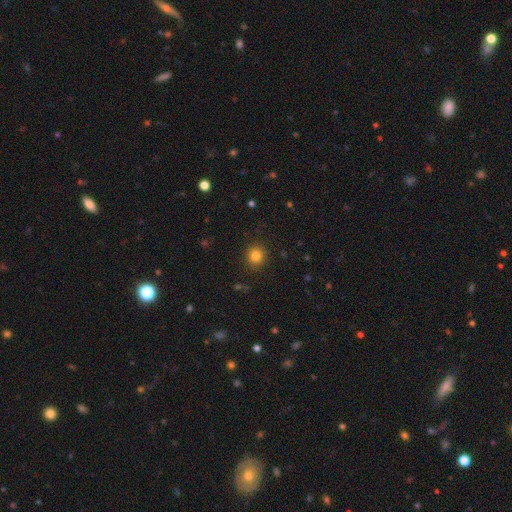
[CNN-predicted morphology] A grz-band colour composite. It shows a smooth galaxy with no disk features (82%) that is round (88%). Merging: none (90%).